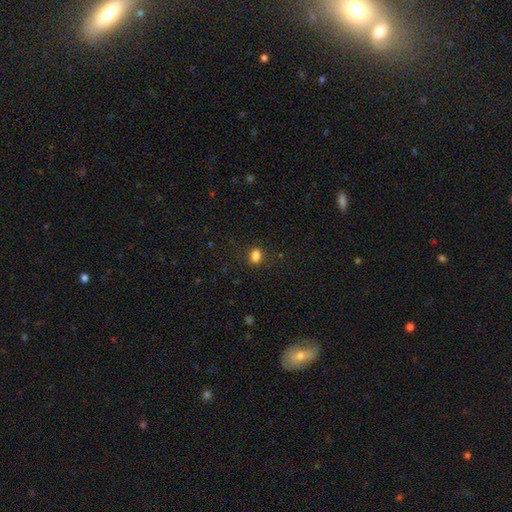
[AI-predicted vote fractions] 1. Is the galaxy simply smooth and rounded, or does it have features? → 83% smooth, 12% star or artifact, 5% featured or disk.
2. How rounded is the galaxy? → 71% in between, 26% round, 3% cigar-shaped.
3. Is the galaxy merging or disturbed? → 82% none, 12% minor disturbance, 3% major disturbance, 2% merger.